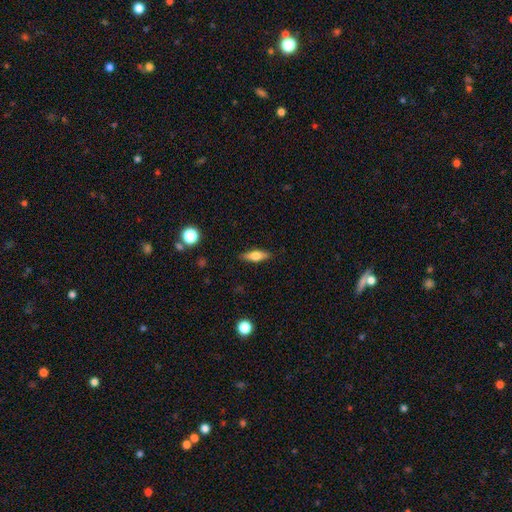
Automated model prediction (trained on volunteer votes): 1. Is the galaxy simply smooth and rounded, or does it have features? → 57% smooth, 36% featured or disk, 7% star or artifact.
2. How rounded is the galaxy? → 52% in between, 44% cigar-shaped, 4% round.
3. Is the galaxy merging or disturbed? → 87% none, 9% minor disturbance, 2% major disturbance, 1% merger.